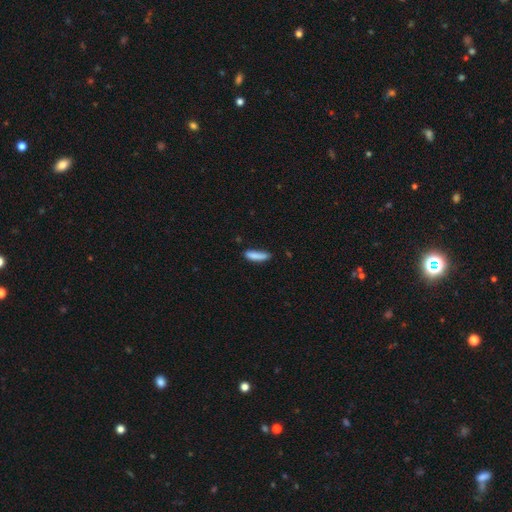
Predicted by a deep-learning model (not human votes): Smooth or featured? smooth (84%)
How rounded? cigar-shaped (71%)
Merging? none (65%)